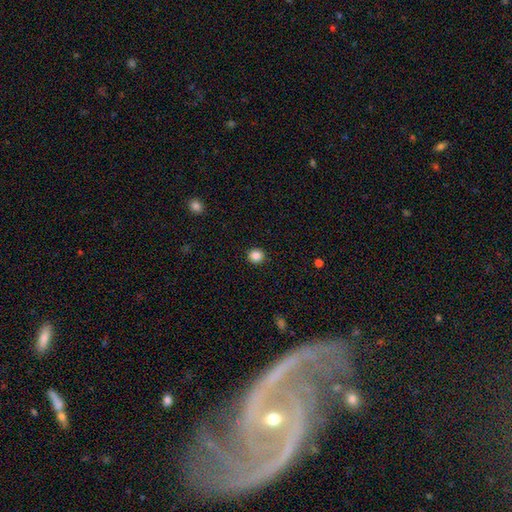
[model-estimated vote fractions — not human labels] A smooth galaxy with no disk features (87%) that is round (91%).

Vote fractions:
- Smooth or featured? smooth: 87% / star or artifact: 10% / featured or disk: 3%
- How rounded? round: 91% / in between: 8% / cigar-shaped: 1%
- Merging? none: 92% / minor disturbance: 5% / major disturbance: 2% / merger: 1%